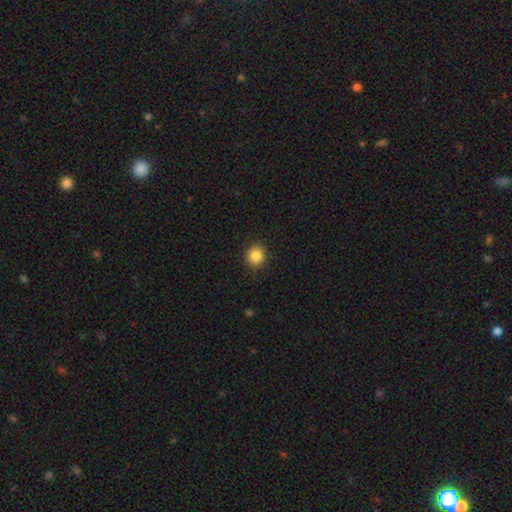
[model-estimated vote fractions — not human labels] Overall: smooth (86%). How rounded: round (79%). Merging: none (90%).